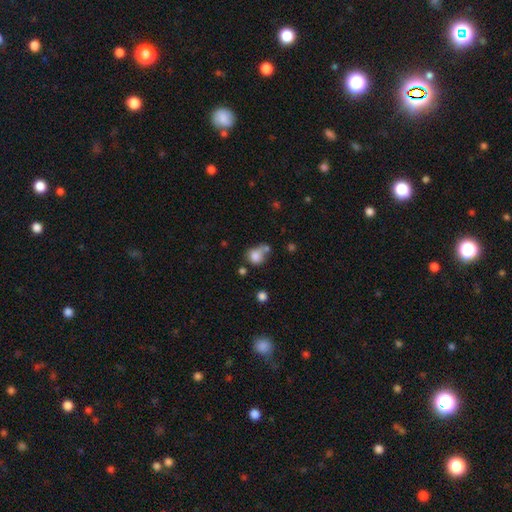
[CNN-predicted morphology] A smooth galaxy with no disk features (78%) that is round (64%).

Vote fractions:
- Smooth or featured? smooth: 78% / star or artifact: 11% / featured or disk: 11%
- How rounded? round: 64% / in between: 35% / cigar-shaped: 1%
- Merging? none: 37% / merger: 32% / minor disturbance: 20% / major disturbance: 11%